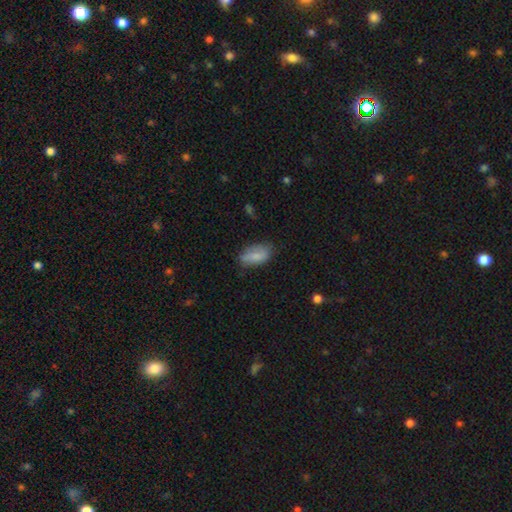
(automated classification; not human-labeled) Smooth or featured: smooth — 72% (featured or disk — 21%)
How rounded: in between — 90% (cigar-shaped — 6%)
Merging: none — 60% (minor disturbance — 30%)